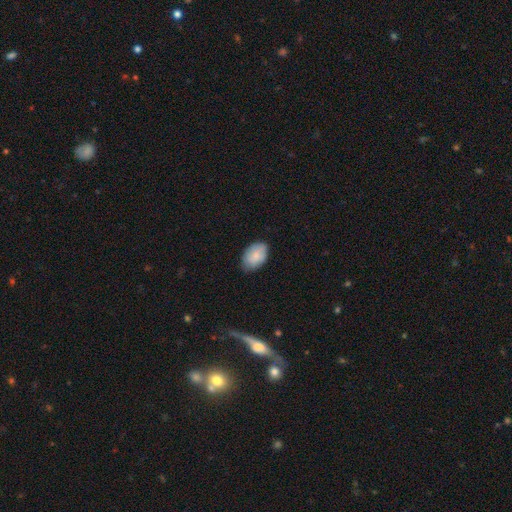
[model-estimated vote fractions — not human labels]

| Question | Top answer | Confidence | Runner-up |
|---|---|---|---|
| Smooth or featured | smooth | 80% | featured or disk (13%) |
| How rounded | in between | 88% | round (11%) |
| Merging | none | 75% | minor disturbance (21%) |